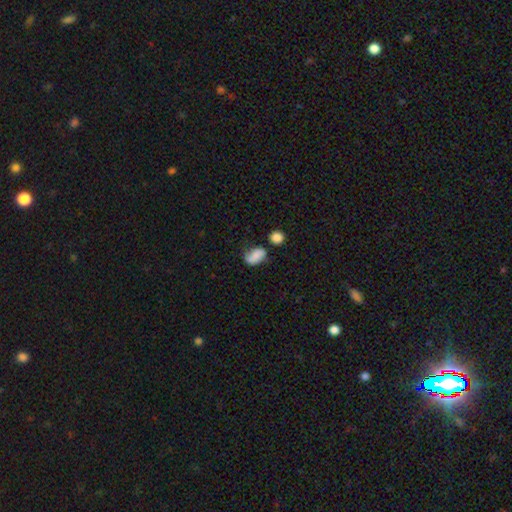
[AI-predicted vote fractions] This is likely a smooth galaxy (76%). How rounded: clearly in between (86%). Merging: possibly none (53%).